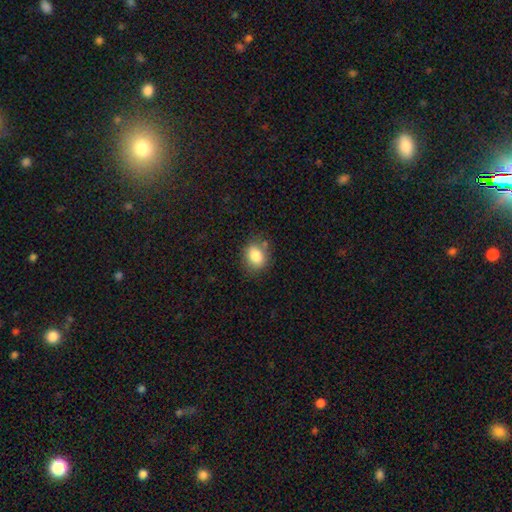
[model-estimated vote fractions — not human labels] Smooth or featured? Predicted: smooth (p=0.82). How rounded? Predicted: round (p=0.50). Merging? Predicted: none (p=0.76).